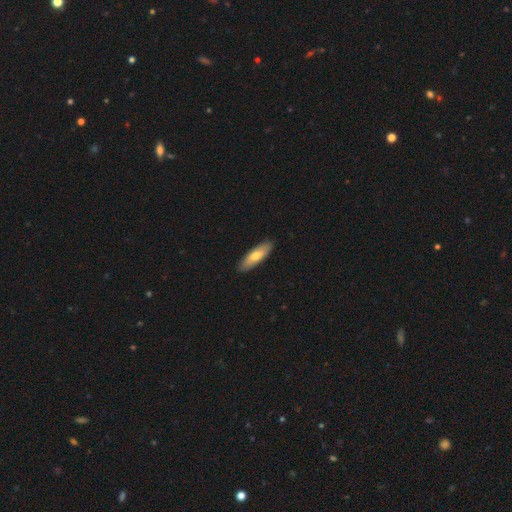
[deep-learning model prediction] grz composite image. It shows a smooth galaxy with no disk features (69%) that is cigar-shaped (50%). Merging: none (89%).